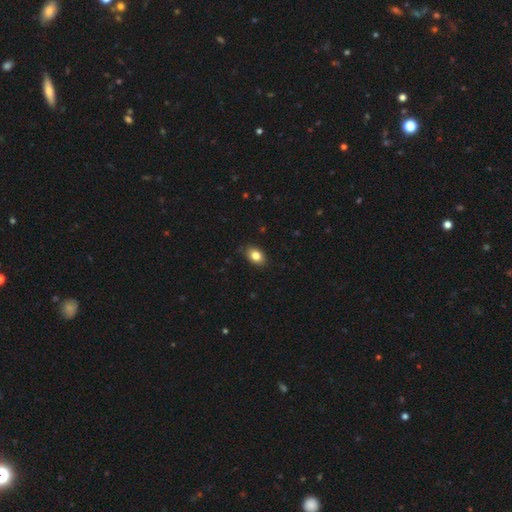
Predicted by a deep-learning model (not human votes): Q: Smooth or featured?
A: smooth (83%); runner-up: star or artifact (9%)
Q: How rounded?
A: in between (79%); runner-up: round (20%)
Q: Merging?
A: none (84%); runner-up: minor disturbance (13%)